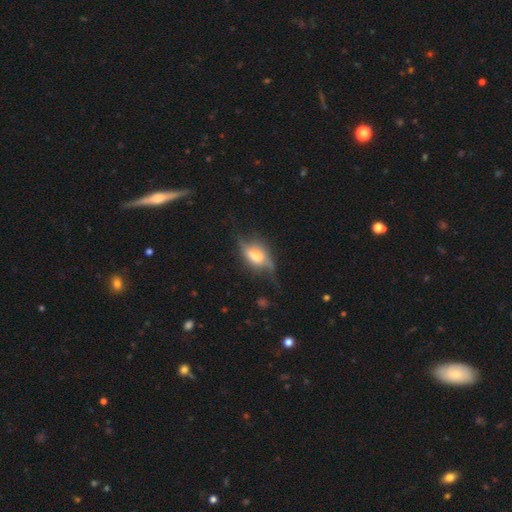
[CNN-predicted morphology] The model was most divided on "edge-on disk": no: 54%, yes: 46%. More confident: smooth or featured — featured or disk (59%); merging — none (51%).